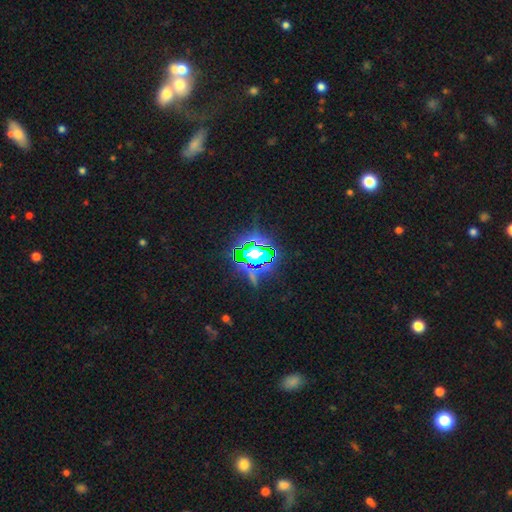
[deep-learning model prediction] A star or artifact, not a galaxy (64%).